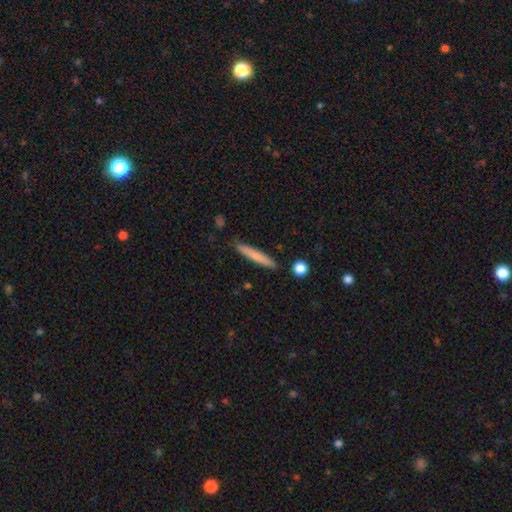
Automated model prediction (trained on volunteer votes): Q: Smooth or featured?
A: smooth (73%); runner-up: featured or disk (21%)
Q: How rounded?
A: cigar-shaped (95%); runner-up: in between (4%)
Q: Merging?
A: none (87%); runner-up: minor disturbance (9%)